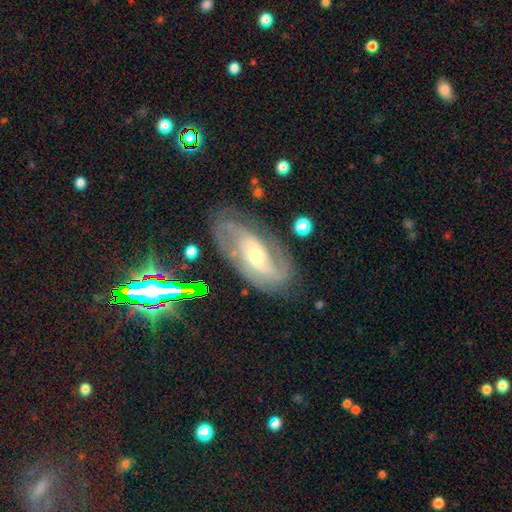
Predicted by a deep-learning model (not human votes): smooth_or_featured: featured or disk (p=0.78) [alt: smooth p=0.12]
disk_edge_on: no (p=0.93) [alt: yes p=0.07]
bar: no (p=0.45) [alt: weak p=0.37]
has_spiral_arms: yes (p=0.91) [alt: no p=0.09]
spiral_winding: medium (p=0.42) [alt: tight p=0.38]
spiral_arm_count: 2 (p=0.60) [alt: can't tell p=0.22]
bulge_size: moderate (p=0.48) [alt: small p=0.47]
merging: none (p=0.70) [alt: minor disturbance p=0.19]